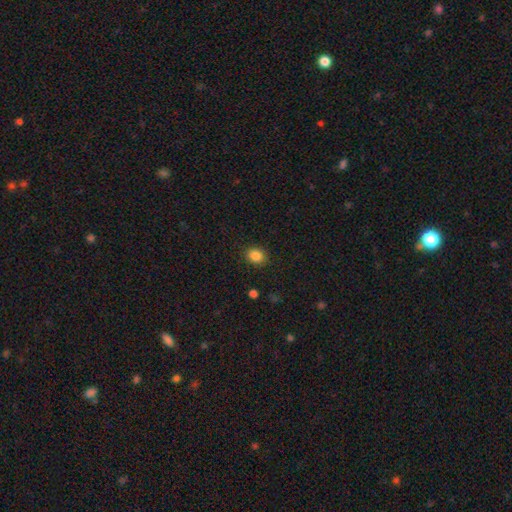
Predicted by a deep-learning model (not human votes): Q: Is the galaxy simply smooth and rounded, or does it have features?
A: smooth — 86%.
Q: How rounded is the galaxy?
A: round — 63%.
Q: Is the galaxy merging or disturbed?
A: none — 90%.